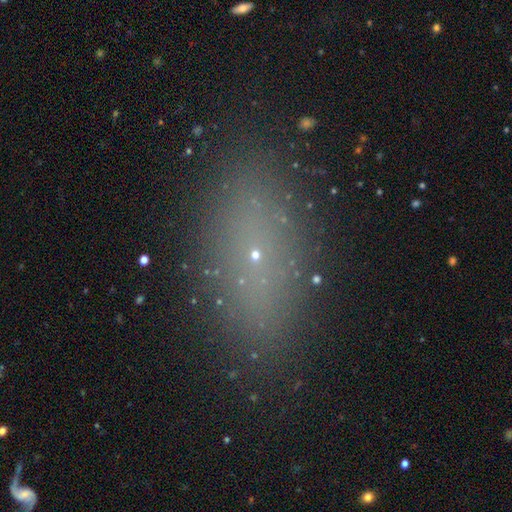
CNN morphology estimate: Overall: smooth (60%; star or artifact 21%). How rounded: in between (80%). Merging: none (85%).